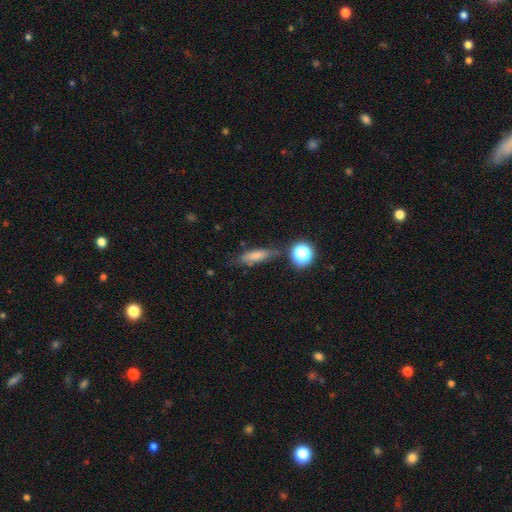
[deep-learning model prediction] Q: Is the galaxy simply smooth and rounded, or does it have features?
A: smooth — 70%.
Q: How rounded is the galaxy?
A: cigar-shaped — 57%.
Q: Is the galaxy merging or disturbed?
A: none — 69%.